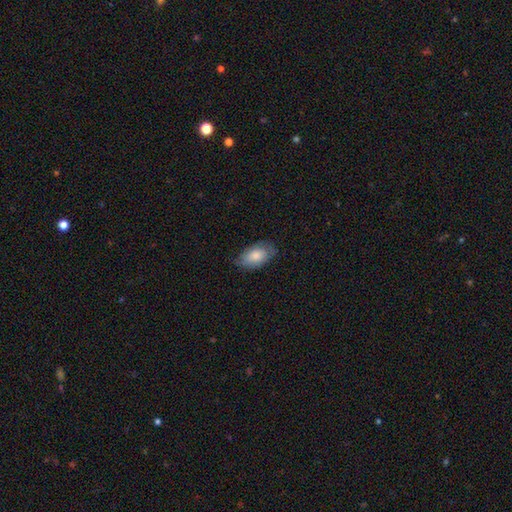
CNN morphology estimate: smooth 76%, featured or disk 18%, star or artifact 6%. Down the decision tree: how rounded — in between (93%); merging — none (68%).